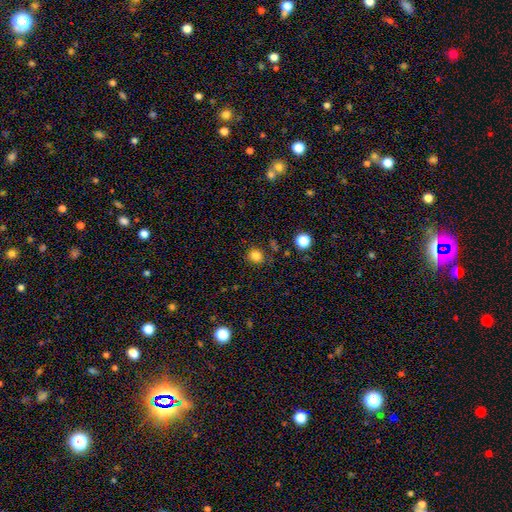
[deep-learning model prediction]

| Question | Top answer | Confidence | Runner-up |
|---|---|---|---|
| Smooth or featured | smooth | 82% | star or artifact (14%) |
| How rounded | round | 78% | in between (21%) |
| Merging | none | 82% | minor disturbance (12%) |